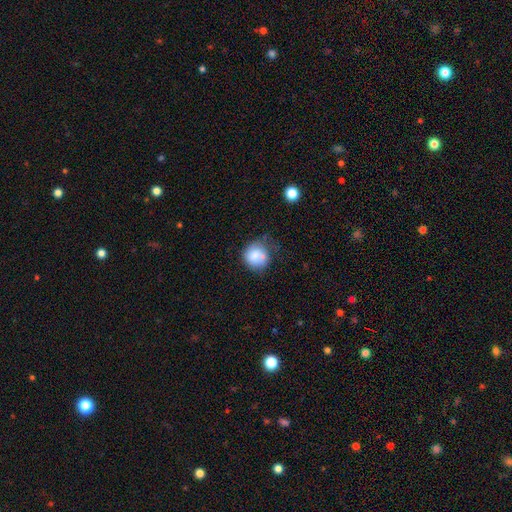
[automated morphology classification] This appears to be a smooth galaxy with no disk features (81%) that is round (86%). Merging: none (51%).